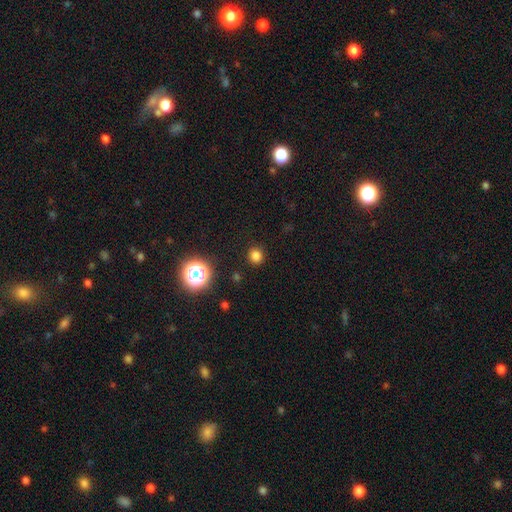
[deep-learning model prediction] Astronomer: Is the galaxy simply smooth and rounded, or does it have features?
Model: smooth — 80%.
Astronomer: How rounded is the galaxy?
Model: round — 87%.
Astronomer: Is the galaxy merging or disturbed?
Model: none — 90%.